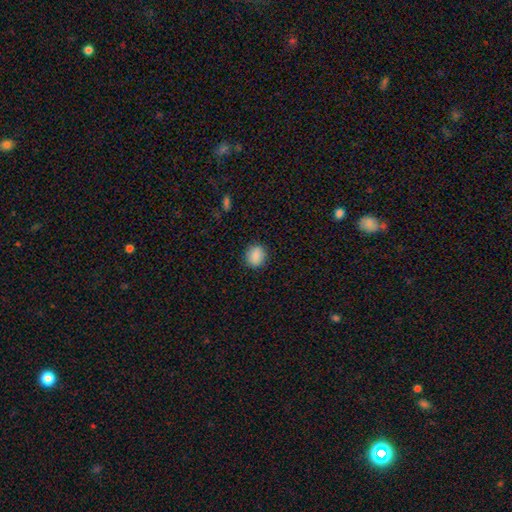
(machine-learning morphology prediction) Smooth or featured: smooth — 88% (star or artifact — 8%)
How rounded: round — 71% (in between — 28%)
Merging: none — 88% (minor disturbance — 8%)